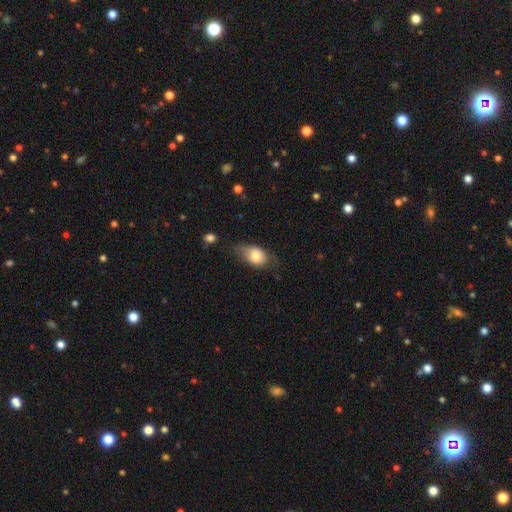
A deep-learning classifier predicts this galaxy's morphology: This is likely a smooth galaxy (76%). How rounded: clearly in between (80%). Merging: possibly none (48%).